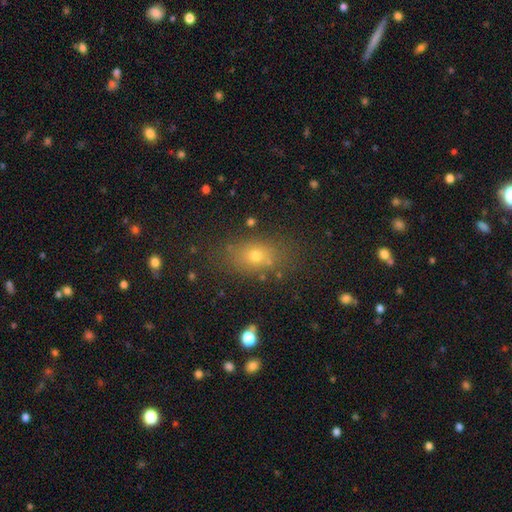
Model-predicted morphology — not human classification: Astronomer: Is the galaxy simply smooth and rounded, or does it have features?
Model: smooth — 68%.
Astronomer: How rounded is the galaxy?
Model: in between — 69%.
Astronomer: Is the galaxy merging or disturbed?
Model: none — 80%.